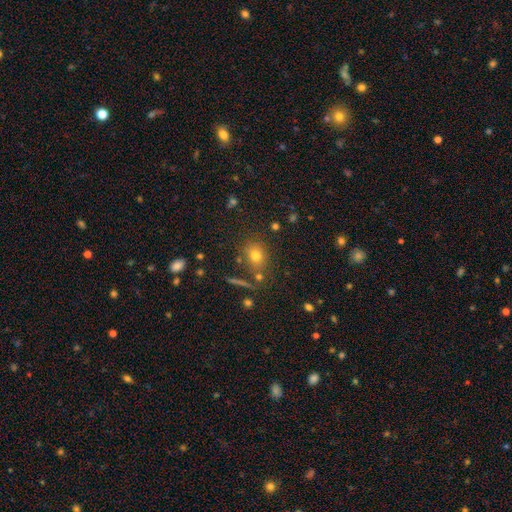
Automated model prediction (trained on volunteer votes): smooth_or_featured: smooth (p=0.72) [alt: star or artifact p=0.17]
how_rounded: round (p=0.59) [alt: in between p=0.39]
merging: none (p=0.75) [alt: minor disturbance p=0.12]